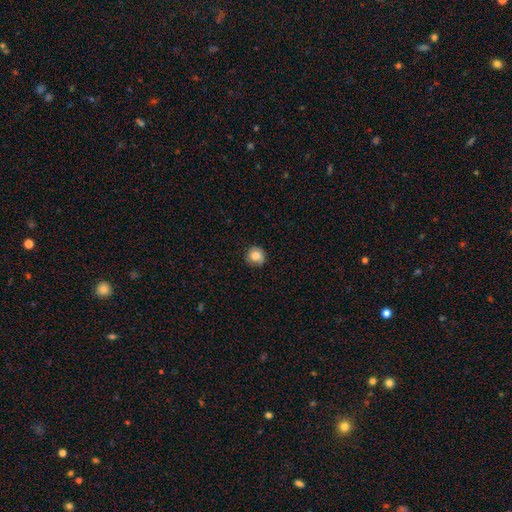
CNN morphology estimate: Overall: smooth (81%). How rounded: round (90%). Merging: none (85%).